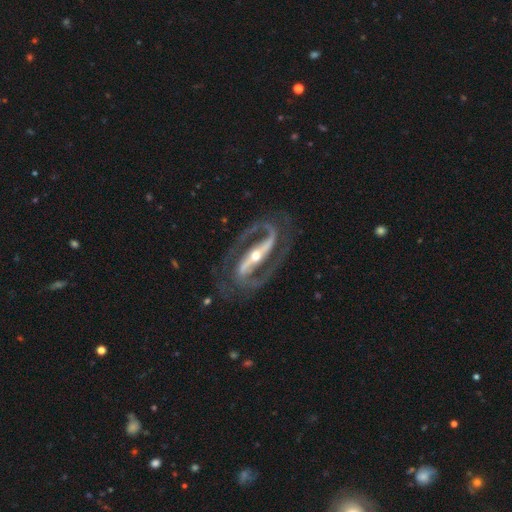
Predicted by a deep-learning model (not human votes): The model was most divided on "bulge size": moderate: 51%, small: 43%, large: 3%, none: 1%, dominant: 1%. More confident: spiral arms — yes (98%); edge-on disk — no (95%); spiral arm count — 2 (94%); smooth or featured — featured or disk (94%); merging — none (82%); bar — strong (79%); spiral winding — medium (60%).